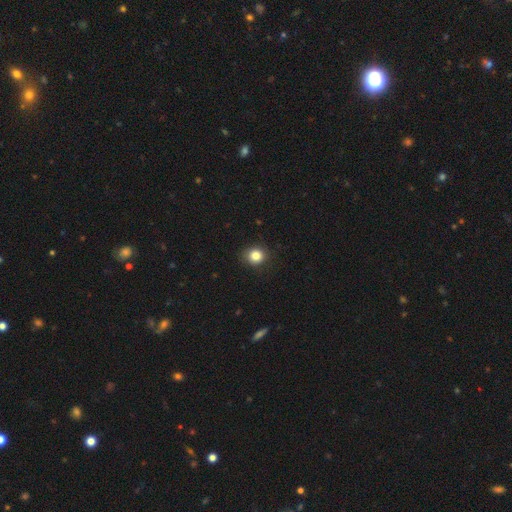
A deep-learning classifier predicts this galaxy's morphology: Smooth or featured? smooth (84%)
How rounded? round (84%)
Merging? none (89%)